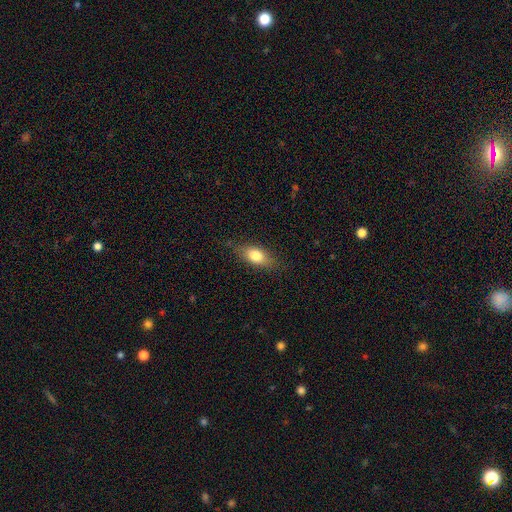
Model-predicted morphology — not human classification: Smooth or featured? Predicted: smooth (p=0.75). How rounded? Predicted: in between (p=0.78). Merging? Predicted: none (p=0.79).